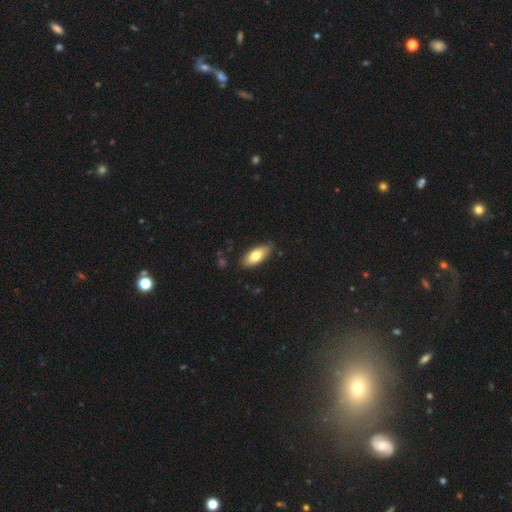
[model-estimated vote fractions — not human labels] Smooth or featured? Predicted: smooth (p=0.76). How rounded? Predicted: in between (p=0.84). Merging? Predicted: none (p=0.81).